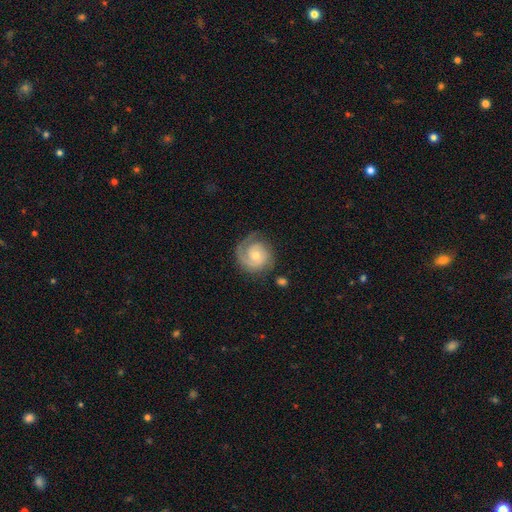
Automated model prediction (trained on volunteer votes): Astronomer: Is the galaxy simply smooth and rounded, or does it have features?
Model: featured or disk — 80%.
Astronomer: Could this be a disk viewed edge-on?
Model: no — 98%.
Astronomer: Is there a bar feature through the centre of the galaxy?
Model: no — 72%.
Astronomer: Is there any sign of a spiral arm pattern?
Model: yes — 95%.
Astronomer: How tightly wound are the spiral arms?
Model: tight — 62%.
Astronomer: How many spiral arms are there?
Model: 1 — 43% (runner-up: 2, 39%).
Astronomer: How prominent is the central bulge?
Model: moderate — 49% (runner-up: small, 46%).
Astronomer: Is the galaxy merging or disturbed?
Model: none — 74%.